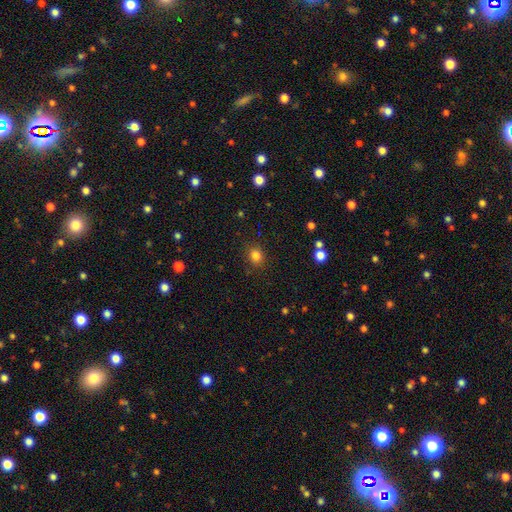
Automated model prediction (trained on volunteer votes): Smooth or featured?
  - smooth: 82% *
  - star or artifact: 13%
  - featured or disk: 5%
How rounded?
  - round: 76% *
  - in between: 23%
  - cigar-shaped: 1%
Merging?
  - none: 87% *
  - minor disturbance: 9%
  - major disturbance: 3%
  - merger: 1%